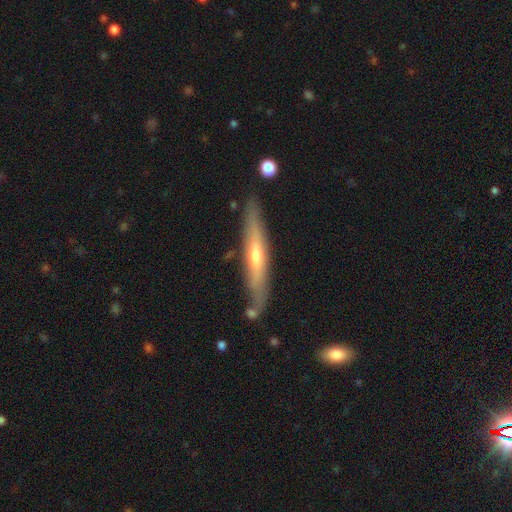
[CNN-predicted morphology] This appears to be a featured or disk galaxy (58%) viewed edge-on (88%) with a rounded central bulge (71%). Merging: none (80%).